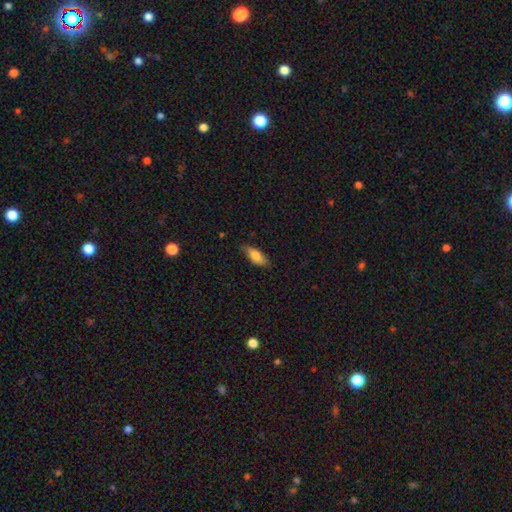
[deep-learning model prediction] Smooth or featured? smooth (79%)
How rounded? in between (76%)
Merging? none (77%)